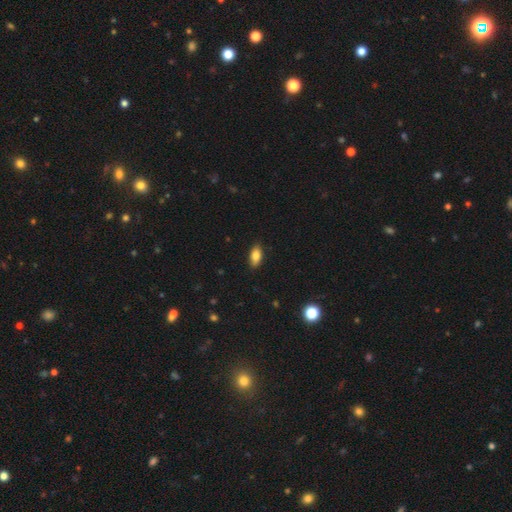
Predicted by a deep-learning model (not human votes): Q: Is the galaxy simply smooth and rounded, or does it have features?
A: smooth — 83%.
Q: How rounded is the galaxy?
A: in between — 89%.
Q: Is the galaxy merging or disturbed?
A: none — 88%.